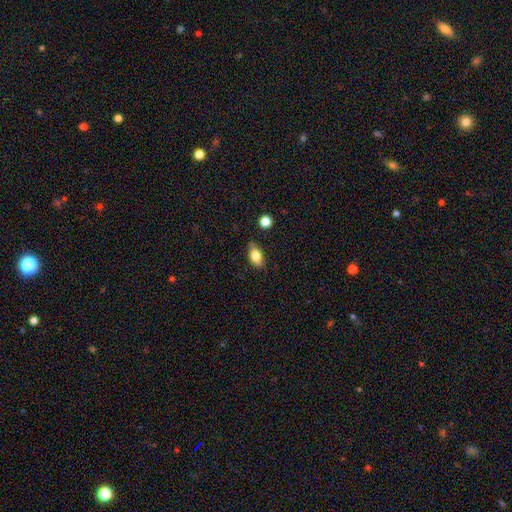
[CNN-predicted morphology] Smooth or featured? Predicted: smooth (p=0.80). How rounded? Predicted: in between (p=0.86). Merging? Predicted: none (p=0.77).